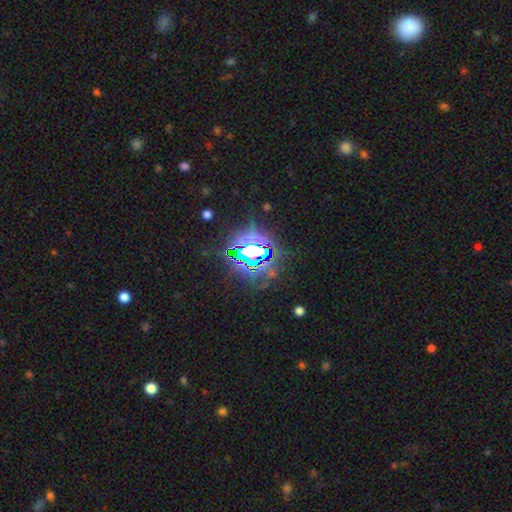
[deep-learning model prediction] A star or artifact, not a galaxy (84%).

Vote fractions:
- Smooth or featured? star or artifact: 84% / smooth: 9% / featured or disk: 7%